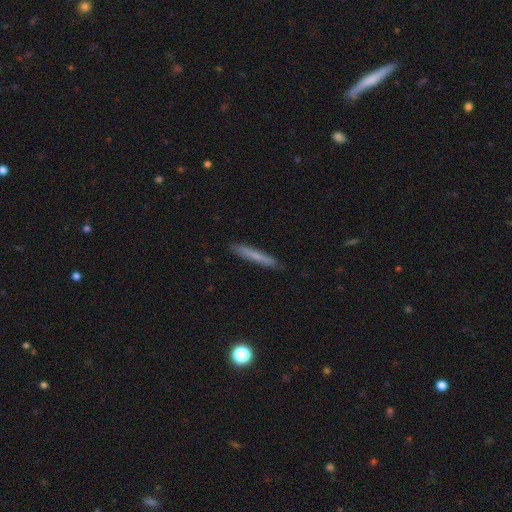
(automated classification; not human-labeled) Morphology: type=smooth (69%); roundness=cigar-shaped (96%); merging=none (90%).